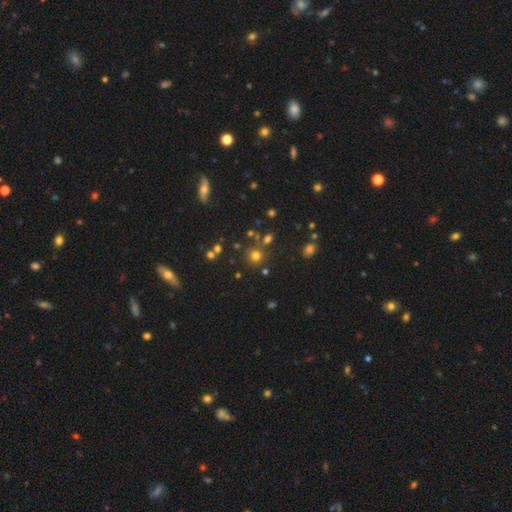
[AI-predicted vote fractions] A smooth galaxy with no disk features (69%) that is round (92%).

Vote fractions:
- Smooth or featured? smooth: 69% / star or artifact: 23% / featured or disk: 8%
- How rounded? round: 92% / in between: 7% / cigar-shaped: 1%
- Merging? none: 78% / merger: 10% / minor disturbance: 8% / major disturbance: 4%